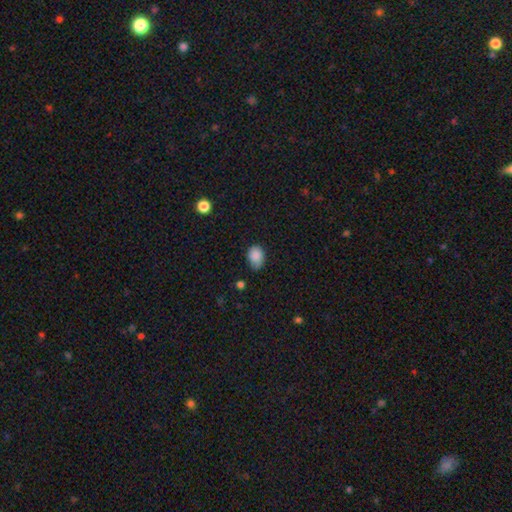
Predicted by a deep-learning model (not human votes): Smooth or featured? smooth (87%)
How rounded? in between (64%)
Merging? none (58%)